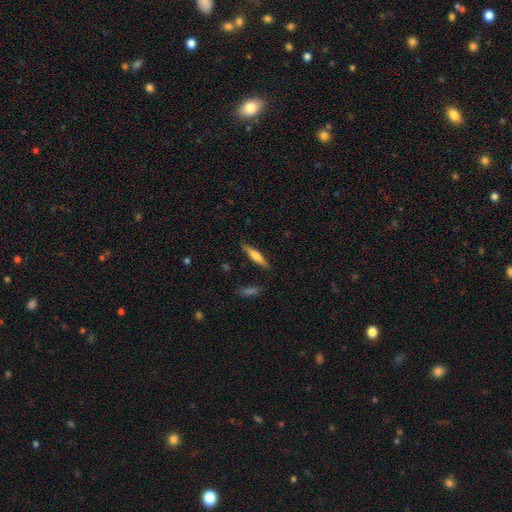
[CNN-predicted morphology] Overall: smooth (57%; featured or disk 37%). How rounded: cigar-shaped (83%). Merging: none (85%).